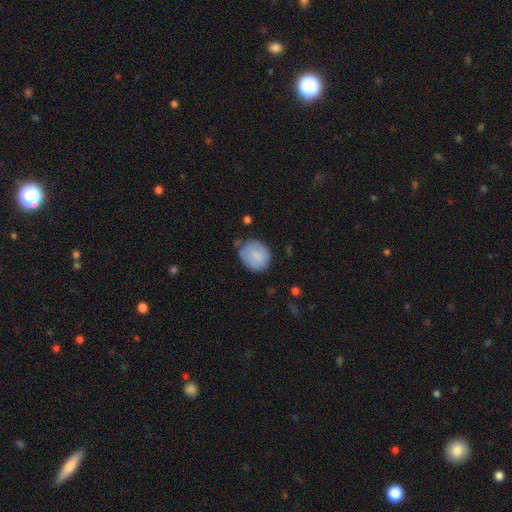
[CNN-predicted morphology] Smooth or featured? Predicted: smooth (p=0.83). How rounded? Predicted: round (p=0.72). Merging? Predicted: none (p=0.68).